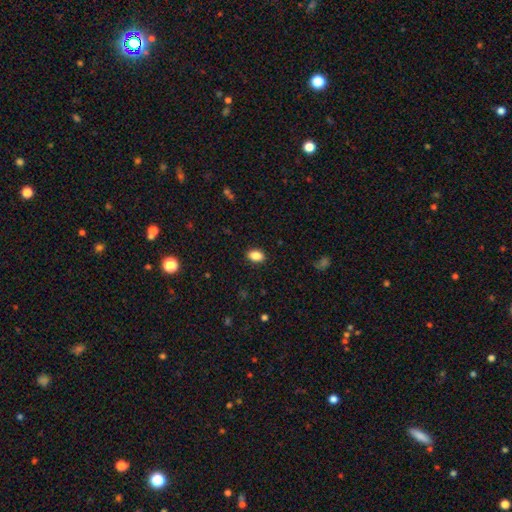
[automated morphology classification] Smooth or featured: smooth — 87% (star or artifact — 9%)
How rounded: in between — 87% (round — 12%)
Merging: none — 89% (minor disturbance — 8%)